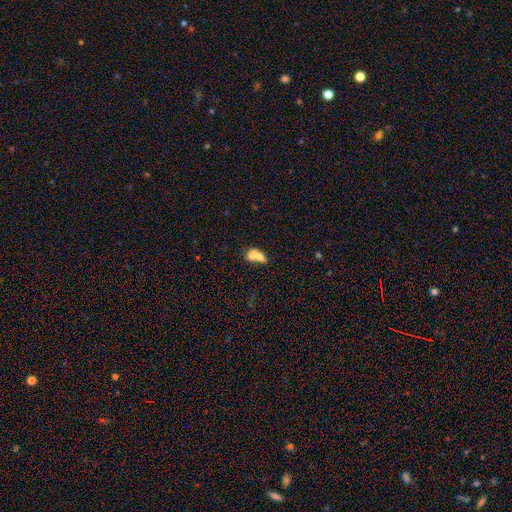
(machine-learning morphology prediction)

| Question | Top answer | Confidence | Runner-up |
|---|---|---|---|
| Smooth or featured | smooth | 69% | featured or disk (22%) |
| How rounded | in between | 67% | round (29%) |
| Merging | merger | 72% | none (15%) |